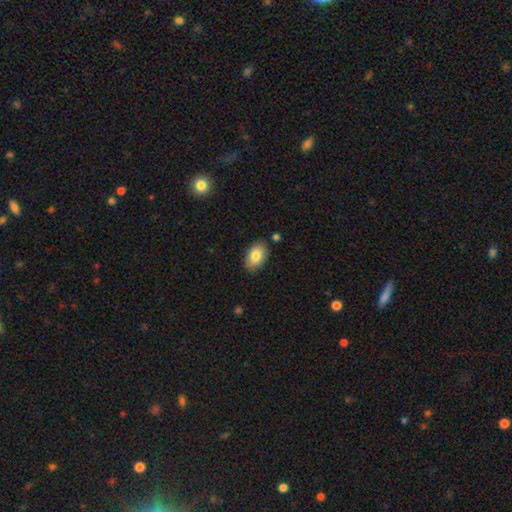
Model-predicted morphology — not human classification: Smooth or featured: smooth — 83% (featured or disk — 11%)
How rounded: in between — 91% (round — 8%)
Merging: none — 83% (minor disturbance — 12%)